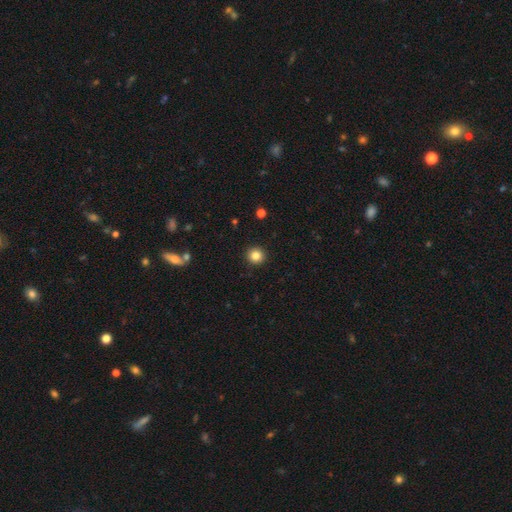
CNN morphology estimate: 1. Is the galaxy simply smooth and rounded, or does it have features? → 84% smooth, 11% star or artifact, 5% featured or disk.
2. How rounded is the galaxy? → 94% round, 5% in between, 1% cigar-shaped.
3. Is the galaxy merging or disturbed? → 93% none, 4% minor disturbance, 2% major disturbance, 1% merger.